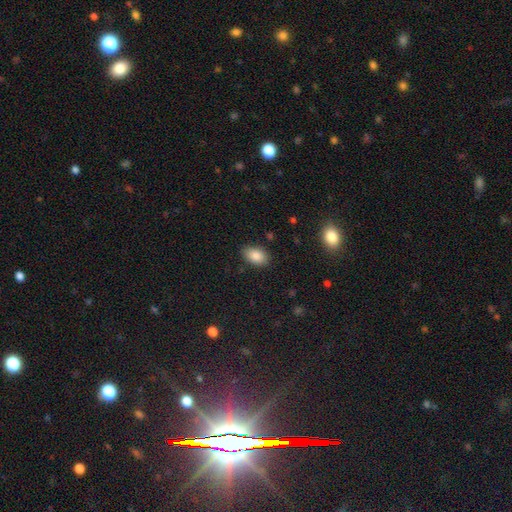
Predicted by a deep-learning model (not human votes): Smooth or featured? smooth (86%)
How rounded? in between (89%)
Merging? none (85%)